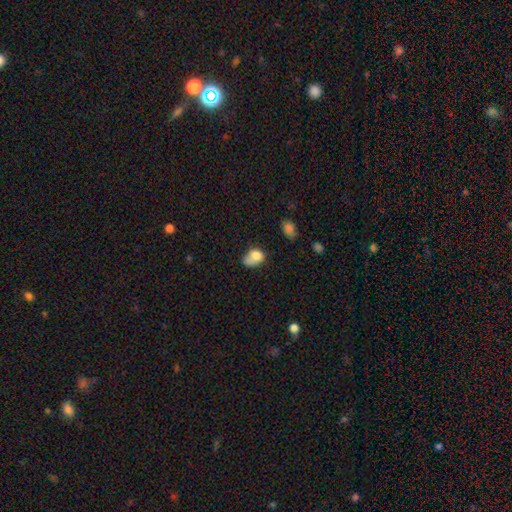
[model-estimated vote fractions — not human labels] This is likely a smooth galaxy (75%). How rounded: likely in between (70%). Merging: marginally none (29%).